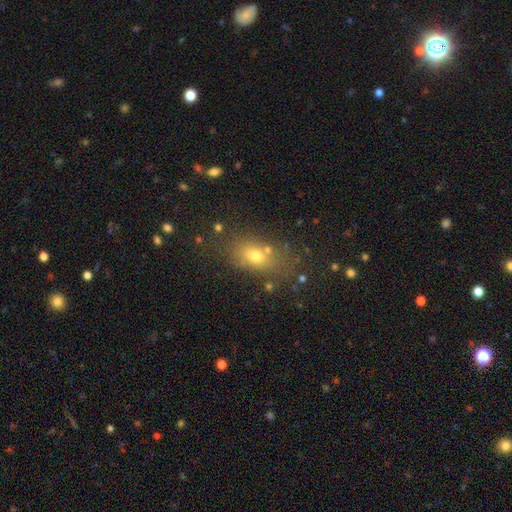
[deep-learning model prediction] smooth 69%, star or artifact 17%, featured or disk 14%. Down the decision tree: how rounded — in between (74%); merging — none (68%).